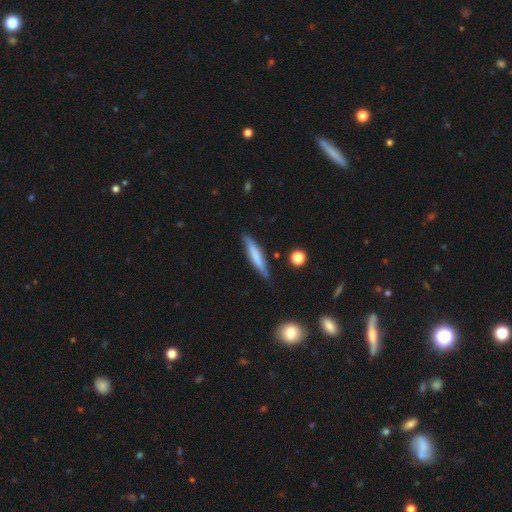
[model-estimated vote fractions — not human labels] A smooth galaxy with no disk features (64%) that is cigar-shaped (90%). Merging: none (82%).